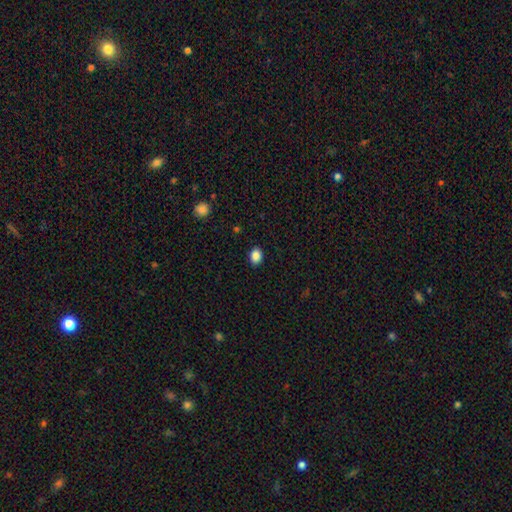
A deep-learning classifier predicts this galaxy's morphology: Smooth or featured? smooth (87%)
How rounded? in between (55%)
Merging? none (90%)